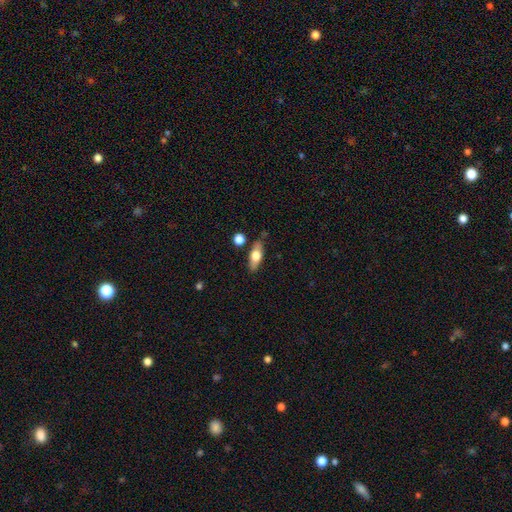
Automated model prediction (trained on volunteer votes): smooth-or-featured: smooth: 59% | featured or disk: 35% | star or artifact: 7%
  how-rounded: in between: 69% | cigar-shaped: 26% | round: 5%
  merging: none: 79% | minor disturbance: 13% | merger: 5% | major disturbance: 3%